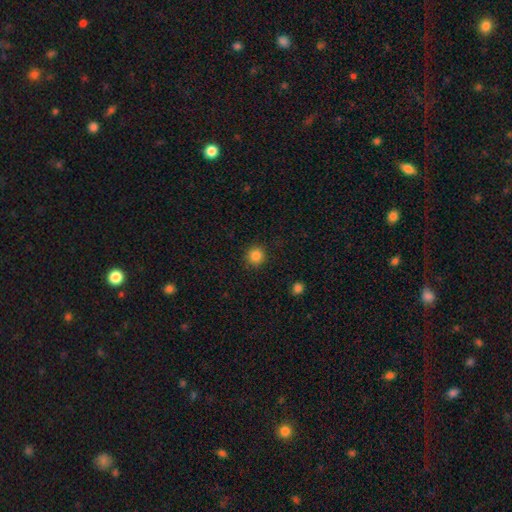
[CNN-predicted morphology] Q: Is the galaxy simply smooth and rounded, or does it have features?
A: smooth — 85%.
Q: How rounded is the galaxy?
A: round — 93%.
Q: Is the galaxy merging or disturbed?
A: none — 91%.